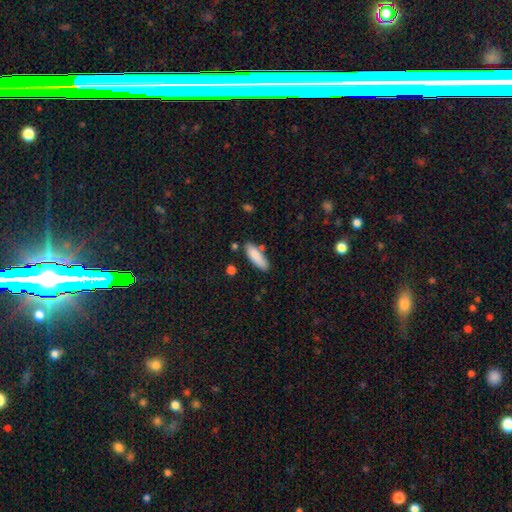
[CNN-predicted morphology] smooth-or-featured: smooth: 85% | featured or disk: 9% | star or artifact: 6%
  how-rounded: in between: 53% | cigar-shaped: 46% | round: 2%
  merging: none: 75% | minor disturbance: 15% | merger: 7% | major disturbance: 3%